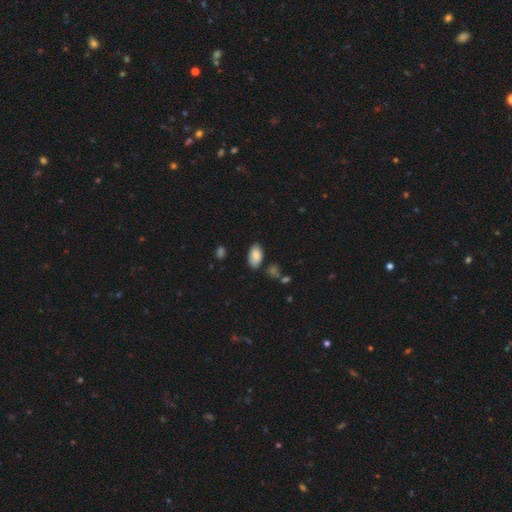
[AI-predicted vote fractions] This appears to be a smooth galaxy with no disk features (87%) that is in between round and cigar-shaped (95%). Merging: none (80%).